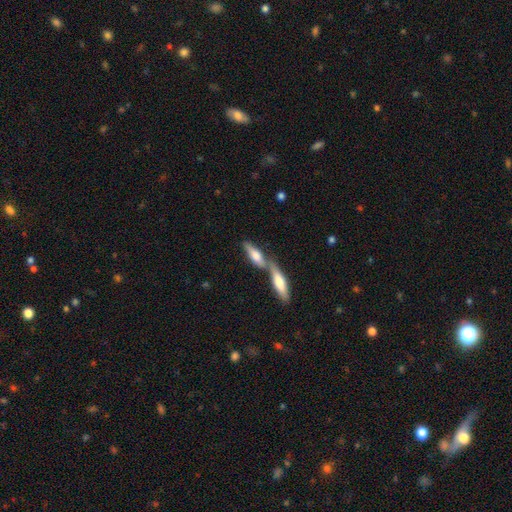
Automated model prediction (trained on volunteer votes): A smooth galaxy with no disk features (57%) that is cigar-shaped (53%).

Vote fractions:
- Smooth or featured? smooth: 57% / featured or disk: 36% / star or artifact: 7%
- How rounded? cigar-shaped: 53% / in between: 44% / round: 3%
- Merging? merger: 56% / none: 33% / minor disturbance: 8% / major disturbance: 3%